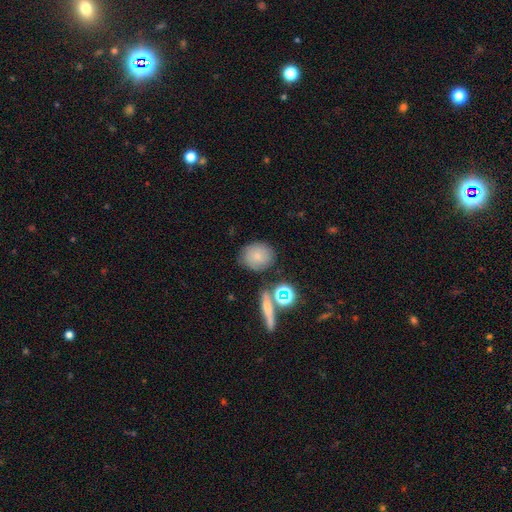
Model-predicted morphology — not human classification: The model was most divided on "how rounded": round: 76%, in between: 22%, cigar-shaped: 2%. More confident: merging — none (73%); smooth or featured — smooth (71%).